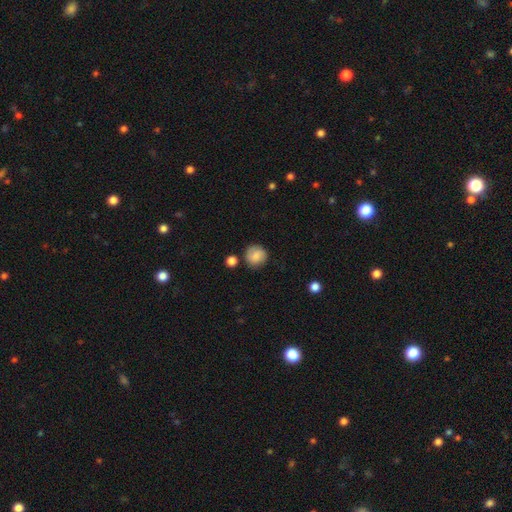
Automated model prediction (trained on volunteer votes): This is likely a smooth galaxy (79%). How rounded: clearly round (91%). Merging: likely none (80%).